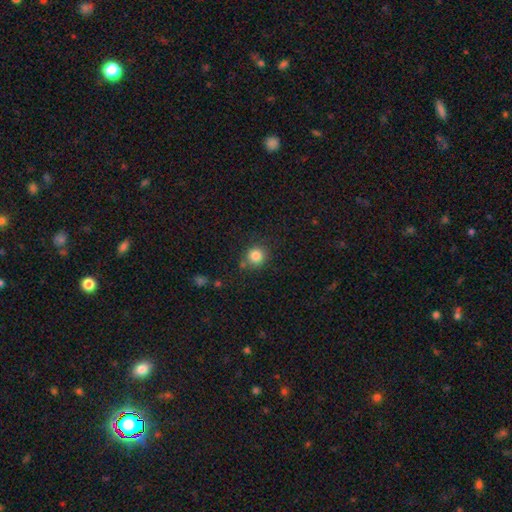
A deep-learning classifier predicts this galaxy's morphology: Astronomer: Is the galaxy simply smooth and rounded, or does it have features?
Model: smooth — 84%.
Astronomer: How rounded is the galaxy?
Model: round — 91%.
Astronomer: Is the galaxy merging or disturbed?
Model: none — 80%.